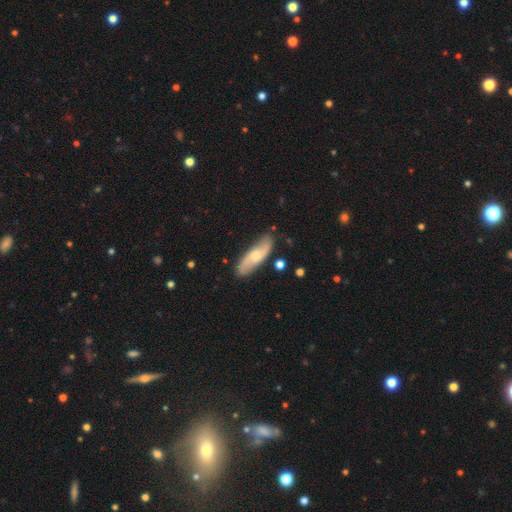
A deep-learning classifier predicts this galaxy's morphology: This is likely a featured or disk galaxy (60%). It is clearly not viewed edge-on (83%). Merging: clearly none (82%).